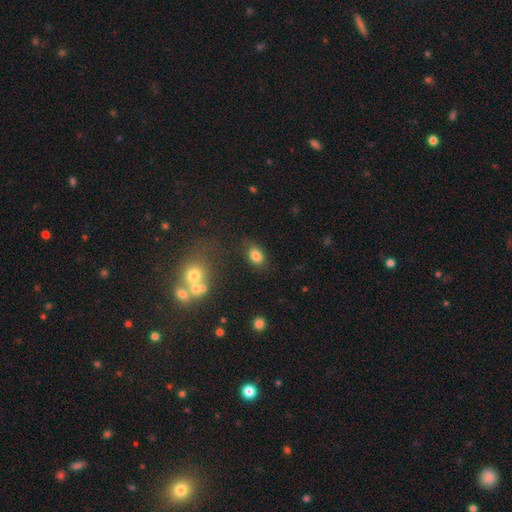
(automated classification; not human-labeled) Morphology: type=smooth (82%); roundness=in between (83%); merging=none (79%).